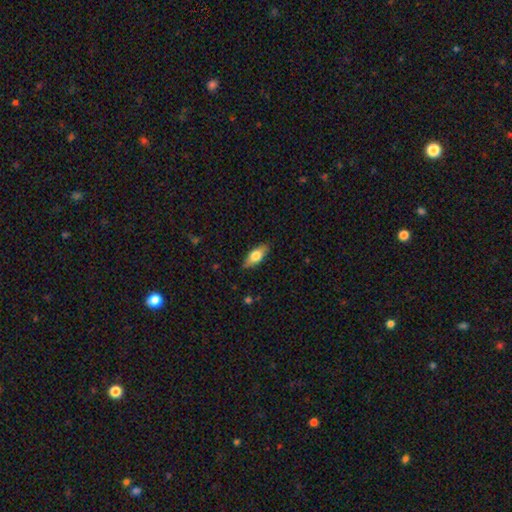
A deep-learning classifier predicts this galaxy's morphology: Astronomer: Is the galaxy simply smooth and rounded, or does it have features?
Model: smooth — 71%.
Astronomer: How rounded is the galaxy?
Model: in between — 80%.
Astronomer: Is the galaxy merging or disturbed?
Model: none — 84%.